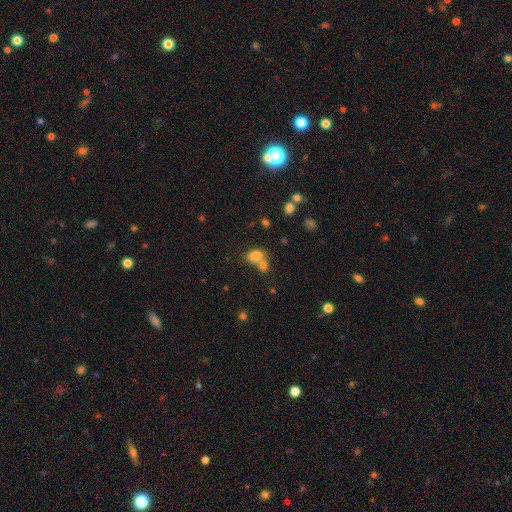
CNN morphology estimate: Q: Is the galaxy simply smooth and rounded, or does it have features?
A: smooth — 76%.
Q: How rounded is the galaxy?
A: in between — 60%.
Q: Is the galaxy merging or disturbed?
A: merger — 53%.